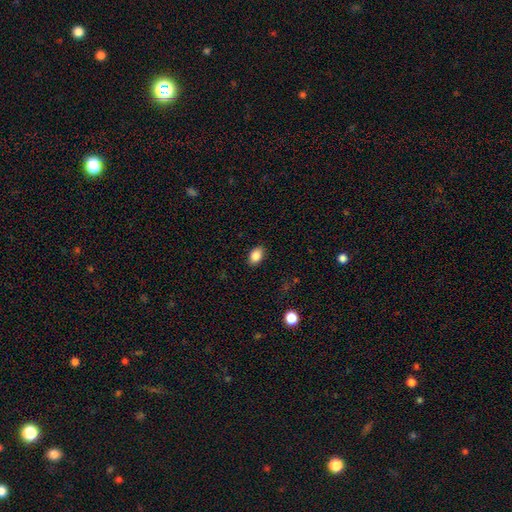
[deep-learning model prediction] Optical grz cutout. It shows a smooth galaxy with no disk features (86%) that is in between round and cigar-shaped (85%). Merging: none (88%).